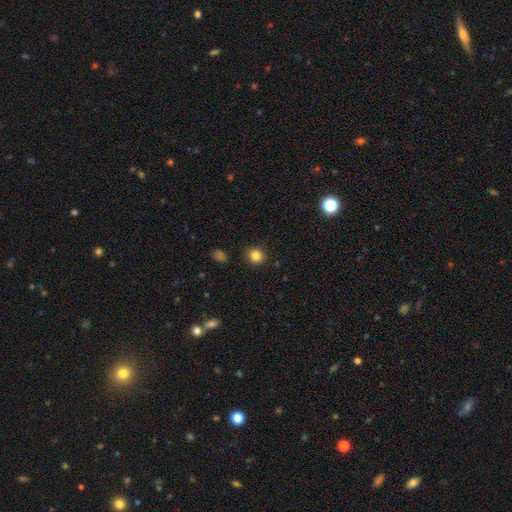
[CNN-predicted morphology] smooth_or_featured: smooth (p=0.83) [alt: star or artifact p=0.12]
how_rounded: round (p=0.86) [alt: in between p=0.13]
merging: none (p=0.89) [alt: minor disturbance p=0.07]